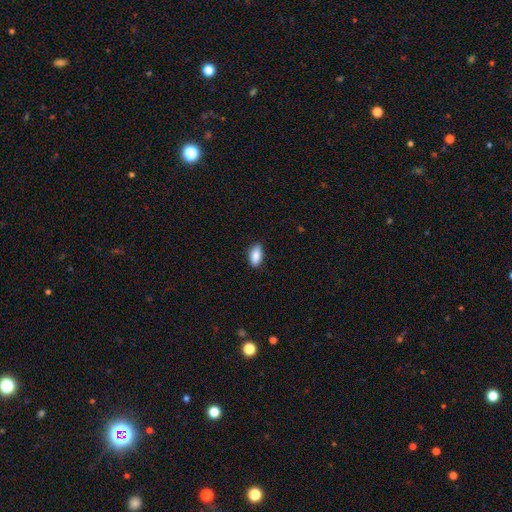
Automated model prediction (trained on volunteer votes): Smooth or featured? Predicted: smooth (p=0.86). How rounded? Predicted: in between (p=0.89). Merging? Predicted: none (p=0.82).